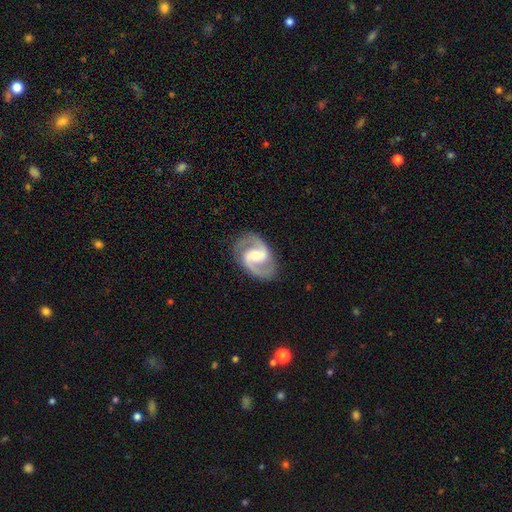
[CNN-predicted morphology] Smooth or featured?
  - featured or disk: 91% *
  - smooth: 5%
  - star or artifact: 4%
Edge-on disk?
  - no: 98% *
  - yes: 2%
Bar?
  - weak: 48% *
  - strong: 28%
  - no: 24%
Spiral arms?
  - yes: 98% *
  - no: 2%
Spiral winding?
  - medium: 63% *
  - tight: 22%
  - loose: 16%
Spiral arm count?
  - 2: 94% *
  - can't tell: 2%
  - 3: 1%
  - 1: 1%
  - 4: 1%
  - more than 4: 1%
Bulge size?
  - moderate: 59% *
  - small: 31%
  - large: 7%
  - none: 2%
  - dominant: 1%
Merging?
  - none: 86% *
  - minor disturbance: 10%
  - major disturbance: 3%
  - merger: 1%